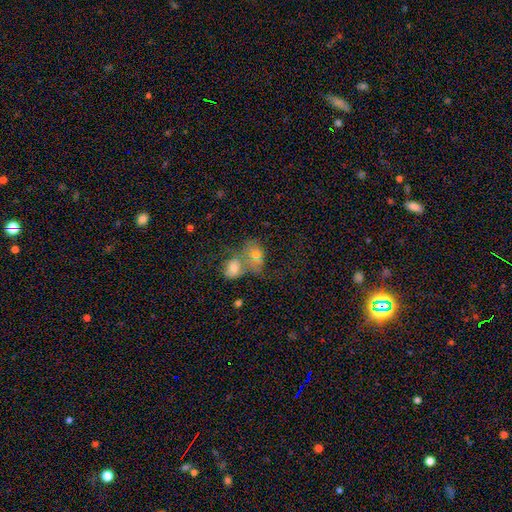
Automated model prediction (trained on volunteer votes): The model was most divided on "merging": merger: 55%, none: 24%, minor disturbance: 12%, major disturbance: 10%. More confident: how rounded — in between (70%); smooth or featured — smooth (59%).